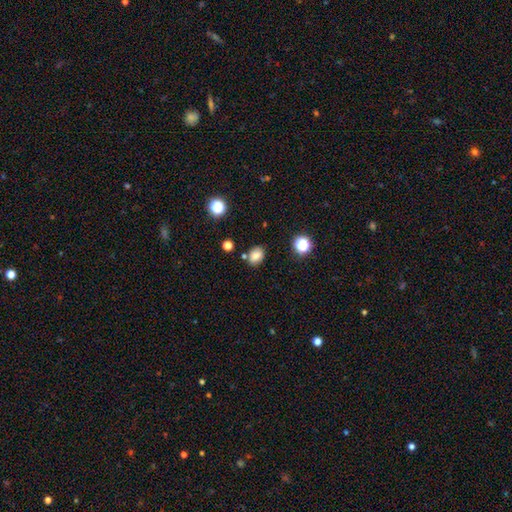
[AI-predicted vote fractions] The model was most divided on "how rounded": in between: 61%, round: 38%, cigar-shaped: 1%. More confident: smooth or featured — smooth (80%); merging — none (78%).